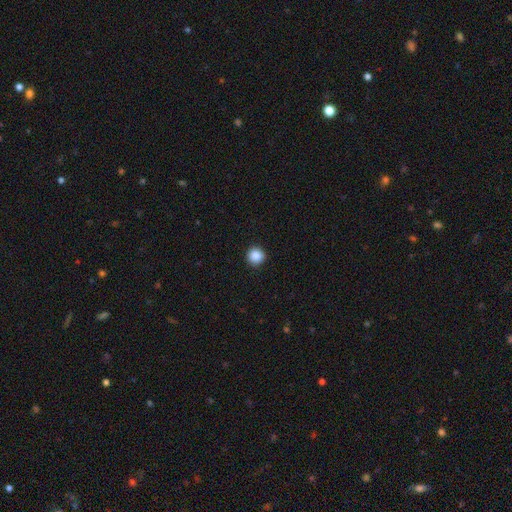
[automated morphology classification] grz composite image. It shows a smooth galaxy with no disk features (88%) that is round (95%). Merging: none (93%).